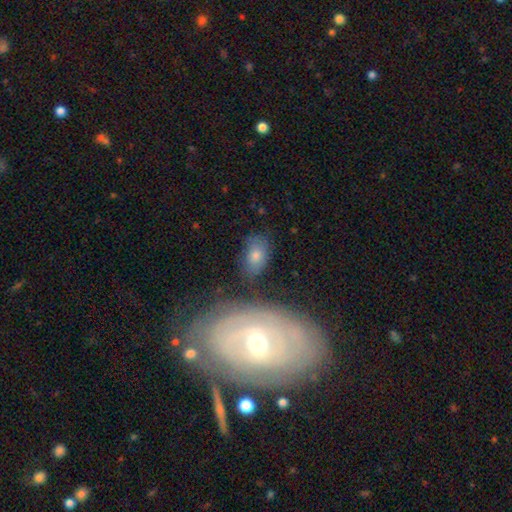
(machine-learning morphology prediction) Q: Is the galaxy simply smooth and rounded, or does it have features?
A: smooth — 64%.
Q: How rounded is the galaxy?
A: in between — 86%.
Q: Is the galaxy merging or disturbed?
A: none — 71%.